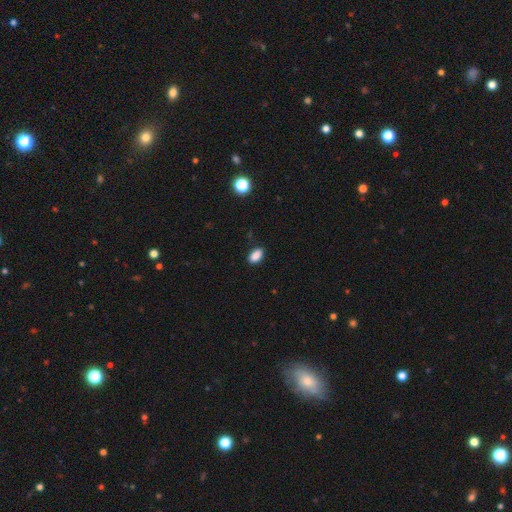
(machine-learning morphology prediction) Overall: smooth (87%). How rounded: in between (90%). Merging: none (85%).